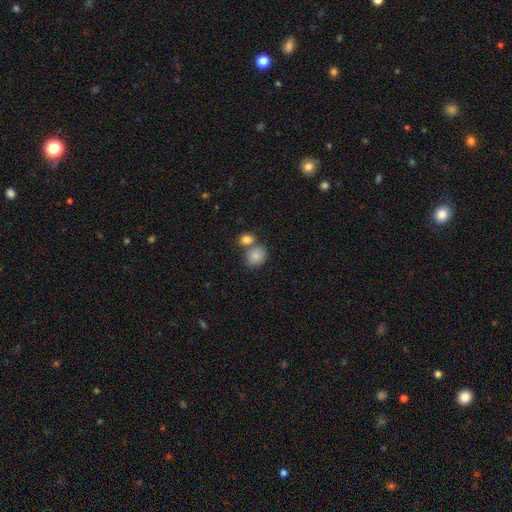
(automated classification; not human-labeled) smooth 82%, featured or disk 10%, star or artifact 9%. Down the decision tree: how rounded — round (63%); merging — none (49%).